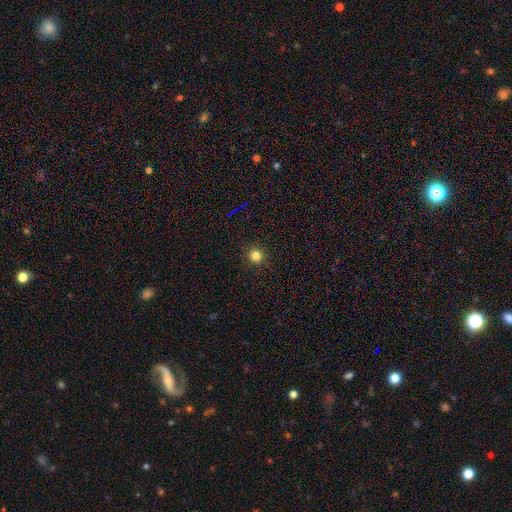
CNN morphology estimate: smooth 81%, star or artifact 14%, featured or disk 5%. Down the decision tree: how rounded — round (95%); merging — none (92%).